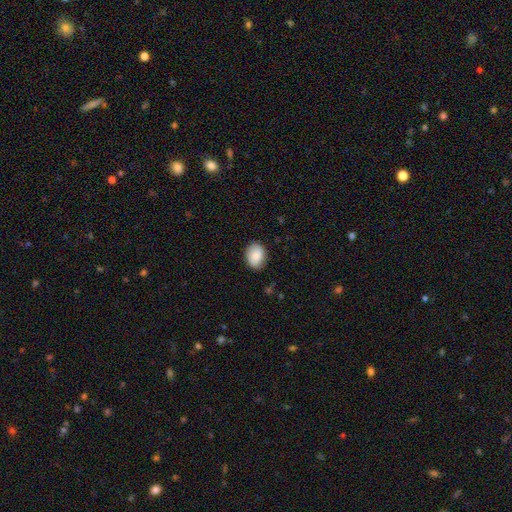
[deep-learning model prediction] Smooth or featured: smooth — 85% (featured or disk — 8%)
How rounded: in between — 72% (round — 27%)
Merging: none — 85% (minor disturbance — 12%)